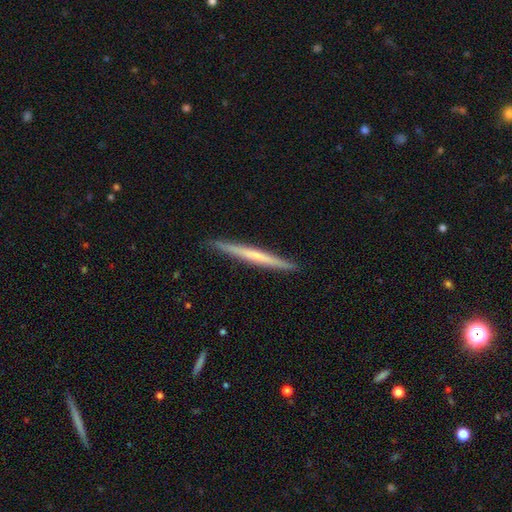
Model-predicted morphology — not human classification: Smooth or featured? featured or disk (54%)
Edge-on disk? yes (97%)
Edge-on bulge? none (77%)
Merging? none (91%)